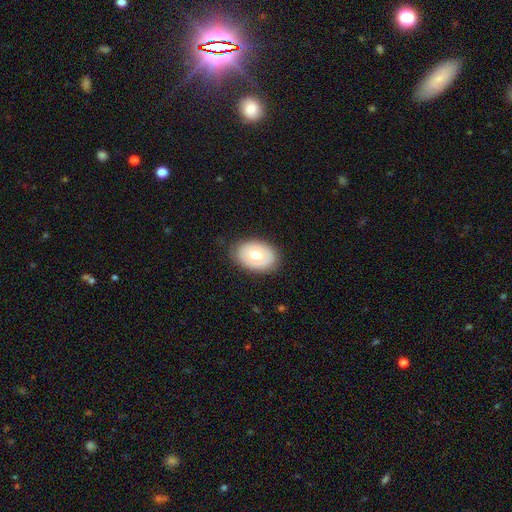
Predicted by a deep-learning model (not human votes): Q: Smooth or featured?
A: smooth (59%); runner-up: featured or disk (35%)
Q: How rounded?
A: in between (76%); runner-up: round (23%)
Q: Merging?
A: none (82%); runner-up: minor disturbance (13%)